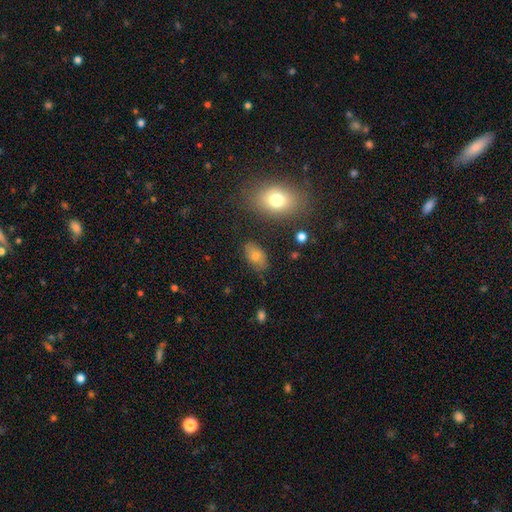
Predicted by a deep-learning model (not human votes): Q: Smooth or featured?
A: smooth (74%); runner-up: featured or disk (16%)
Q: How rounded?
A: in between (91%); runner-up: round (7%)
Q: Merging?
A: none (76%); runner-up: minor disturbance (17%)